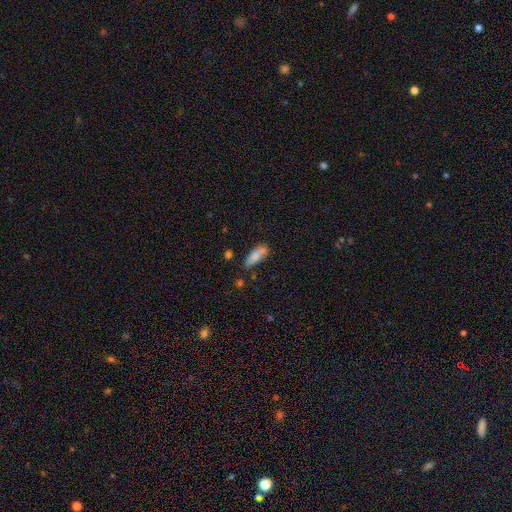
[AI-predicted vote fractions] A smooth galaxy with no disk features (80%) that is in between round and cigar-shaped (61%).

Vote fractions:
- Smooth or featured? smooth: 80% / featured or disk: 13% / star or artifact: 7%
- How rounded? in between: 61% / cigar-shaped: 37% / round: 2%
- Merging? none: 63% / minor disturbance: 22% / merger: 10% / major disturbance: 5%